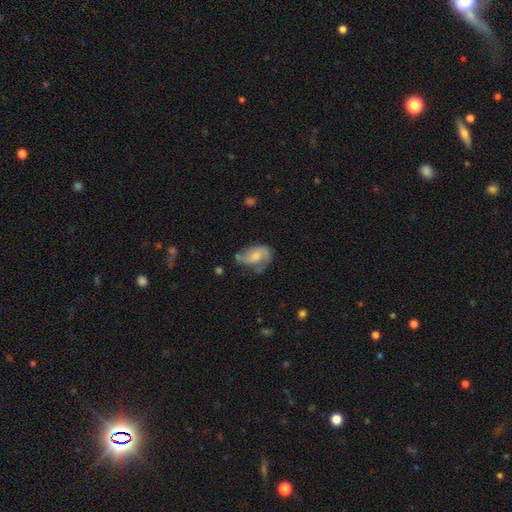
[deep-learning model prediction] smooth_or_featured: featured or disk (p=0.58) [alt: smooth p=0.35]
disk_edge_on: no (p=0.96) [alt: yes p=0.04]
bar: no (p=0.61) [alt: weak p=0.33]
has_spiral_arms: yes (p=0.82) [alt: no p=0.18]
bulge_size: moderate (p=0.37) [alt: small p=0.24]
merging: none (p=0.46) [alt: minor disturbance p=0.29]